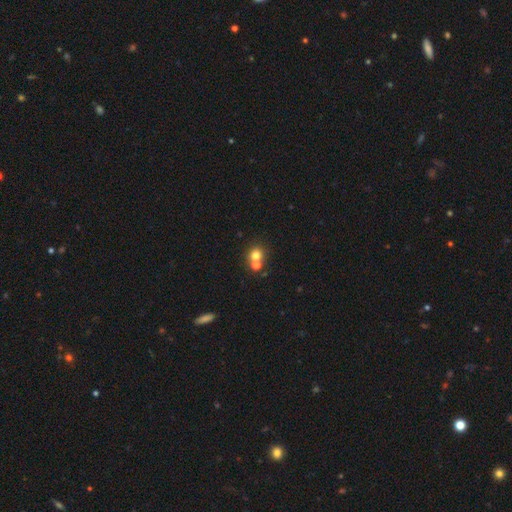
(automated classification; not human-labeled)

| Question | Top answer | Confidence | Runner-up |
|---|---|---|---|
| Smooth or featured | smooth | 75% | star or artifact (14%) |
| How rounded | round | 85% | in between (14%) |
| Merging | none | 51% | merger (40%) |